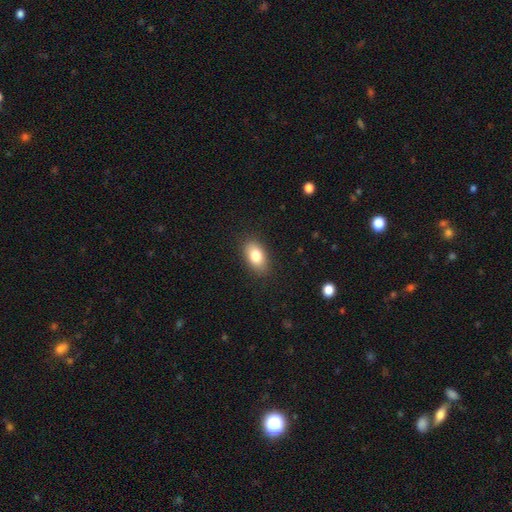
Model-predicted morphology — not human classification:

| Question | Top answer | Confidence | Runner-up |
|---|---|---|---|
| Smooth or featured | smooth | 81% | featured or disk (12%) |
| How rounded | in between | 90% | round (7%) |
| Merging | none | 87% | minor disturbance (9%) |